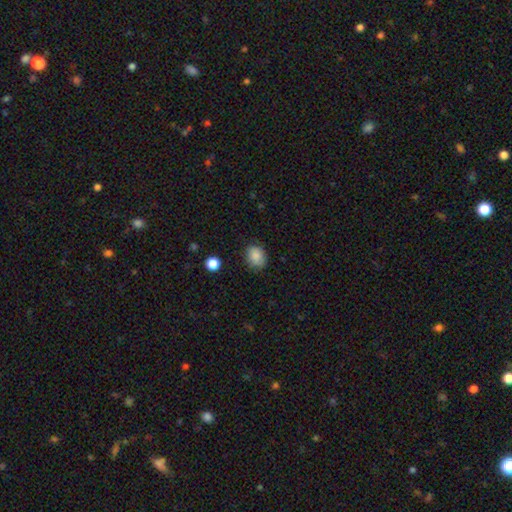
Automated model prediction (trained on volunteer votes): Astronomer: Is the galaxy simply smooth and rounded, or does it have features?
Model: smooth — 86%.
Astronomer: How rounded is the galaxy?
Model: round — 50% (runner-up: in between, 49%).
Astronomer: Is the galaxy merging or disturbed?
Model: none — 80%.